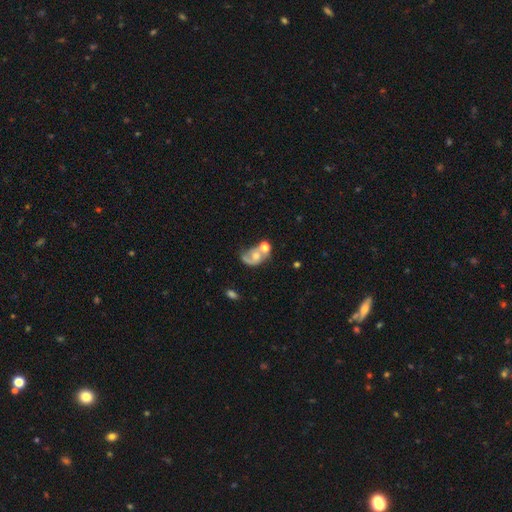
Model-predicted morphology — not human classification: smooth-or-featured: featured or disk: 52% | smooth: 38% | star or artifact: 10%
  disk-edge-on: no: 97% | yes: 3%
    bar: no: 79% | weak: 17% | strong: 4%
    has-spiral-arms: yes: 64% | no: 36%
    bulge-size: moderate: 54% | small: 22% | large: 12% | none: 9% | dominant: 3%
  merging: merger: 52% | none: 20% | major disturbance: 17% | minor disturbance: 11%